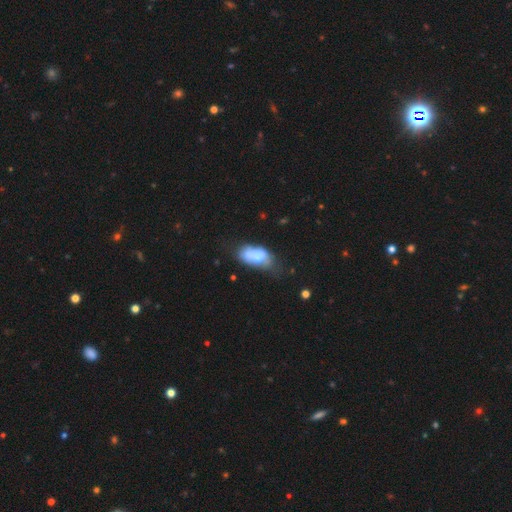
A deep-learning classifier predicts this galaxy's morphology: This is likely a smooth galaxy (65%). How rounded: clearly in between (91%). Merging: marginally none (33%, tied with minor disturbance).